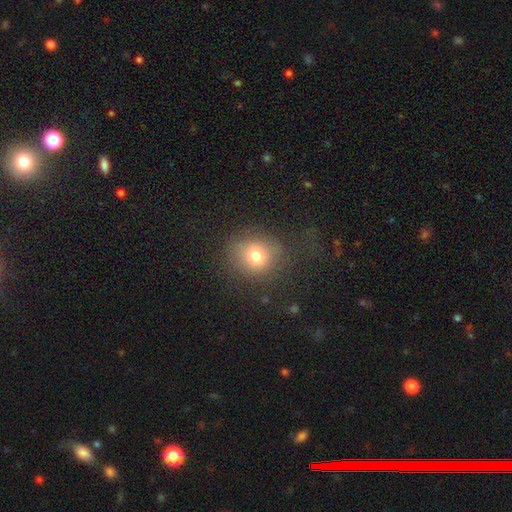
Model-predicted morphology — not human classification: Q: Smooth or featured?
A: smooth (73%); runner-up: star or artifact (15%)
Q: How rounded?
A: round (80%); runner-up: in between (19%)
Q: Merging?
A: none (74%); runner-up: minor disturbance (14%)